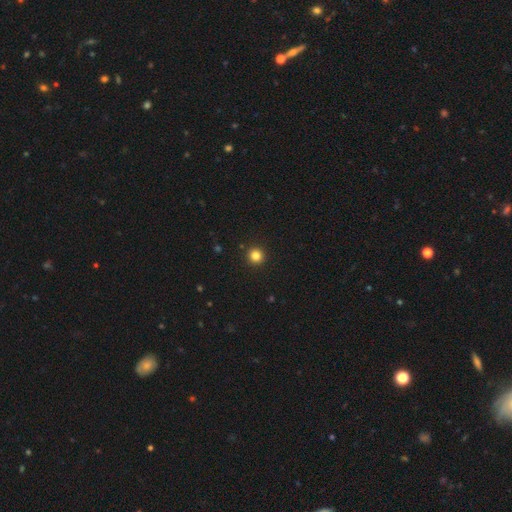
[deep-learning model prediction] A smooth galaxy with no disk features (83%) that is round (96%).

Vote fractions:
- Smooth or featured? smooth: 83% / star or artifact: 13% / featured or disk: 4%
- How rounded? round: 96% / in between: 3% / cigar-shaped: 1%
- Merging? none: 93% / minor disturbance: 4% / major disturbance: 2% / merger: 1%